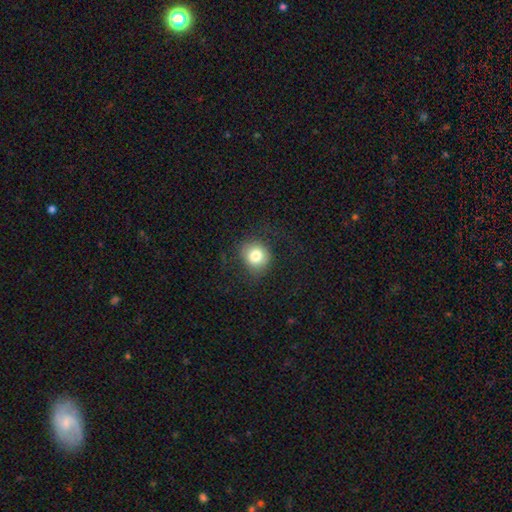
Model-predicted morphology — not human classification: The model was most divided on "merging": none: 79%, minor disturbance: 13%, major disturbance: 7%, merger: 1%. More confident: how rounded — round (84%); smooth or featured — smooth (80%).